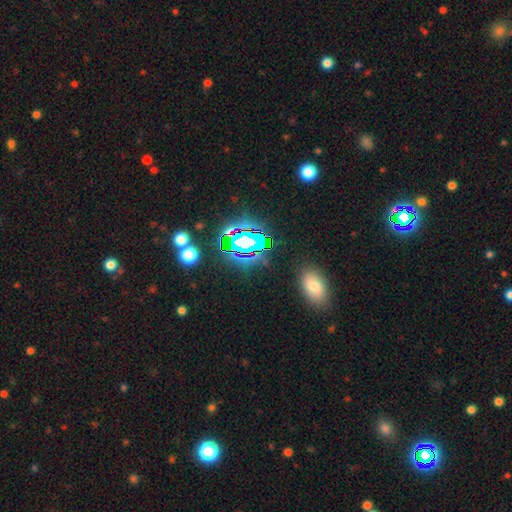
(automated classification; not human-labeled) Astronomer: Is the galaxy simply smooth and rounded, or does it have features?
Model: star or artifact — 57% (runner-up: smooth, 32%).